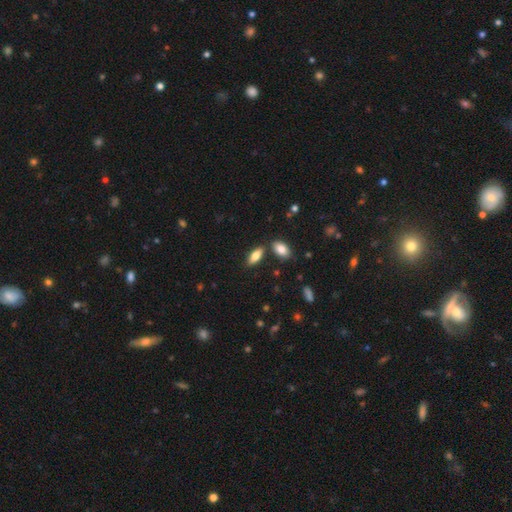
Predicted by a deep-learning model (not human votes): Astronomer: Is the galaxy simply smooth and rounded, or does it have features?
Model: smooth — 78%.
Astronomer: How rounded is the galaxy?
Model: in between — 78%.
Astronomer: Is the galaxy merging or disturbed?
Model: none — 77%.